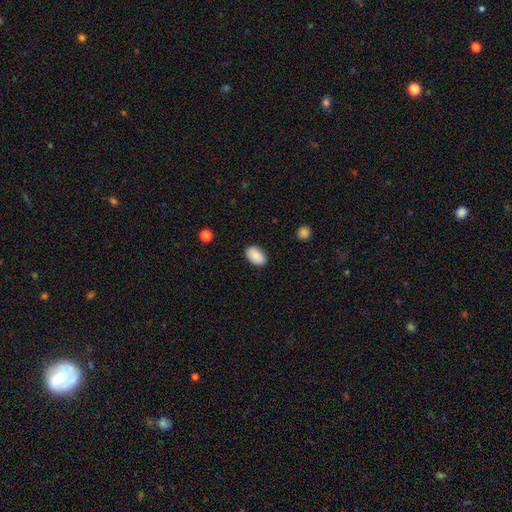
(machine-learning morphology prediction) smooth 90%, star or artifact 7%, featured or disk 3%. Down the decision tree: how rounded — in between (90%); merging — none (87%).